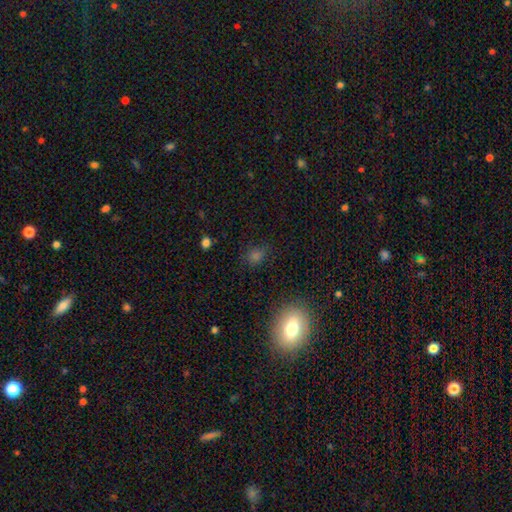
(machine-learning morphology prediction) Overall: smooth (67%). How rounded: round (49%; in between 48%). Merging: none (79%).